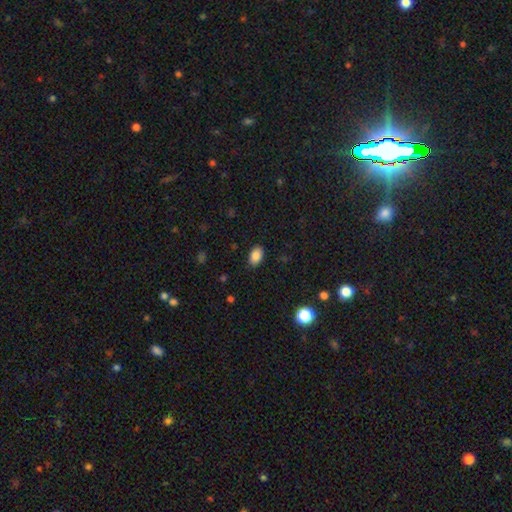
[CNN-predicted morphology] Smooth or featured: smooth — 86% (star or artifact — 8%)
How rounded: in between — 89% (round — 10%)
Merging: none — 86% (minor disturbance — 11%)